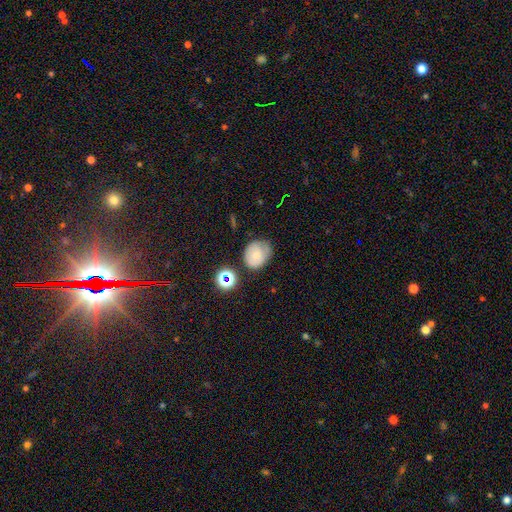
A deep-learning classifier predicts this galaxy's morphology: smooth-or-featured: smooth: 65% | featured or disk: 22% | star or artifact: 13%
  how-rounded: round: 60% | in between: 39% | cigar-shaped: 1%
  merging: none: 56% | minor disturbance: 30% | major disturbance: 9% | merger: 5%